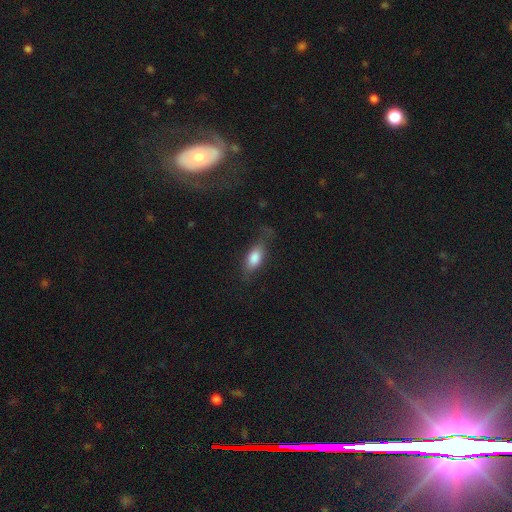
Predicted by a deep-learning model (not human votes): The model was most divided on "merging": none: 62%, minor disturbance: 24%, major disturbance: 12%, merger: 2%. More confident: how rounded — in between (82%); smooth or featured — smooth (79%).